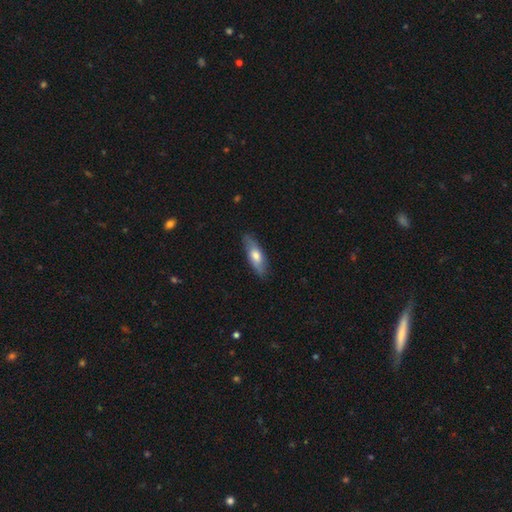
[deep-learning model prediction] A smooth galaxy with no disk features (59%) that is in between round and cigar-shaped (61%).

Vote fractions:
- Smooth or featured? smooth: 59% / featured or disk: 36% / star or artifact: 5%
- How rounded? in between: 61% / cigar-shaped: 37% / round: 2%
- Merging? none: 83% / minor disturbance: 14% / major disturbance: 2% / merger: 1%